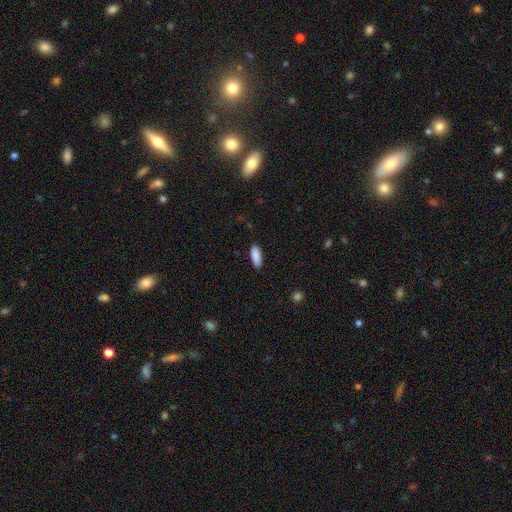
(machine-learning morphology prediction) A smooth galaxy with no disk features (90%) that is in between round and cigar-shaped (71%).

Vote fractions:
- Smooth or featured? smooth: 90% / star or artifact: 6% / featured or disk: 4%
- How rounded? in between: 71% / cigar-shaped: 27% / round: 2%
- Merging? none: 87% / minor disturbance: 10% / major disturbance: 2% / merger: 1%